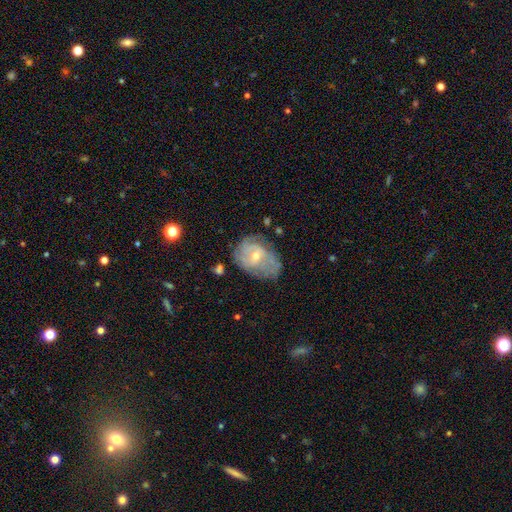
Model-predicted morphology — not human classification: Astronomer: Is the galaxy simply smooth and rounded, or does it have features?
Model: featured or disk — 72%.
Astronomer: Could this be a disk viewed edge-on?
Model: no — 96%.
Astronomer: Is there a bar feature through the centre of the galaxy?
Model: no — 49% (runner-up: weak, 42%).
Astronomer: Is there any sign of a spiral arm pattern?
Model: yes — 82%.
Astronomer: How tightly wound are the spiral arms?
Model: tight — 48% (runner-up: medium, 37%).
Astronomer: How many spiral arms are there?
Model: can't tell — 44% (runner-up: 2, 26%).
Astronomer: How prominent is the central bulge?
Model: small — 57% (runner-up: moderate, 40%).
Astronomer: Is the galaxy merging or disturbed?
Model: none — 56%.